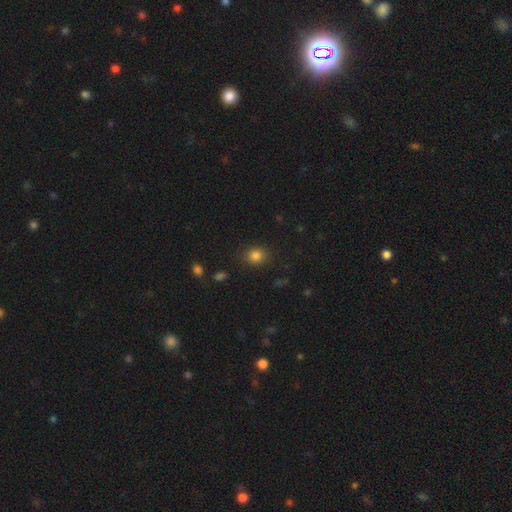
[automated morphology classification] Q: Smooth or featured?
A: smooth (82%); runner-up: star or artifact (12%)
Q: How rounded?
A: round (71%); runner-up: in between (28%)
Q: Merging?
A: none (86%); runner-up: minor disturbance (10%)